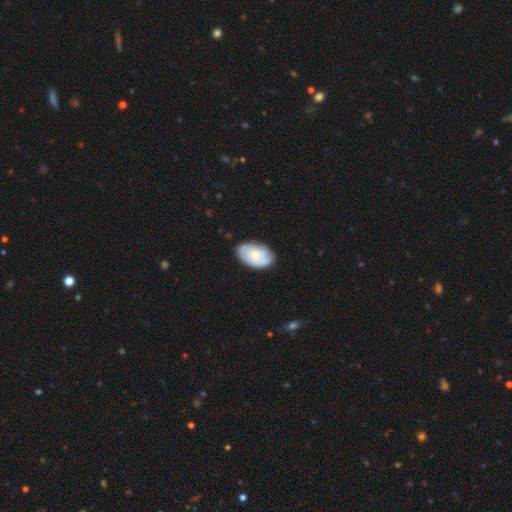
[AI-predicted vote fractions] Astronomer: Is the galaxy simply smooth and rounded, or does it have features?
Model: smooth — 54% (runner-up: featured or disk, 40%).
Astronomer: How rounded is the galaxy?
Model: in between — 92%.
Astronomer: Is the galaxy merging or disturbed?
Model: none — 76%.